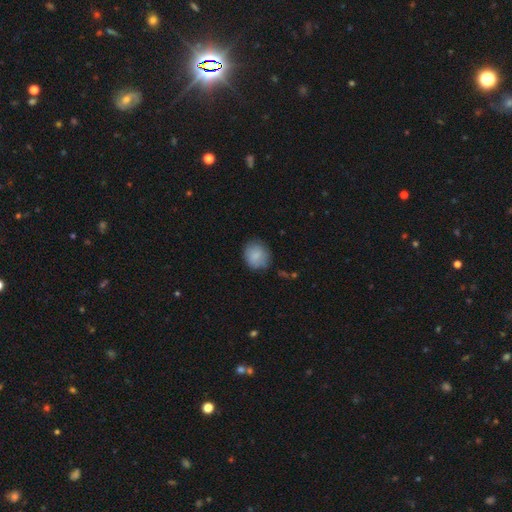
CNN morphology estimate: A smooth galaxy with no disk features (83%) that is round (72%). Merging: none (72%).